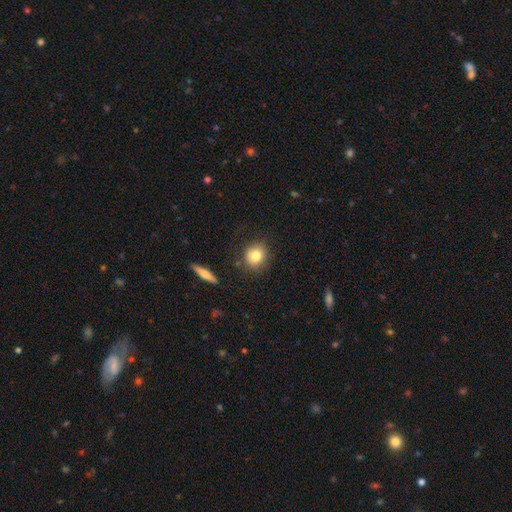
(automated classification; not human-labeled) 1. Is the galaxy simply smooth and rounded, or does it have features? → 81% smooth, 10% featured or disk, 9% star or artifact.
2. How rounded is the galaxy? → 81% round, 17% in between, 1% cigar-shaped.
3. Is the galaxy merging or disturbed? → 82% none, 12% minor disturbance, 3% merger, 3% major disturbance.